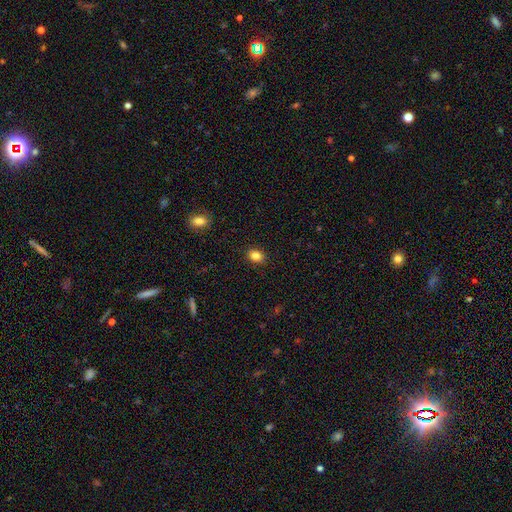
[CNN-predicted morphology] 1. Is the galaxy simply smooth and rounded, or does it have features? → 84% smooth, 11% star or artifact, 6% featured or disk.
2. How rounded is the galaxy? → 50% round, 49% in between, 1% cigar-shaped.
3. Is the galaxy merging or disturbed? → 90% none, 7% minor disturbance, 2% major disturbance, 1% merger.